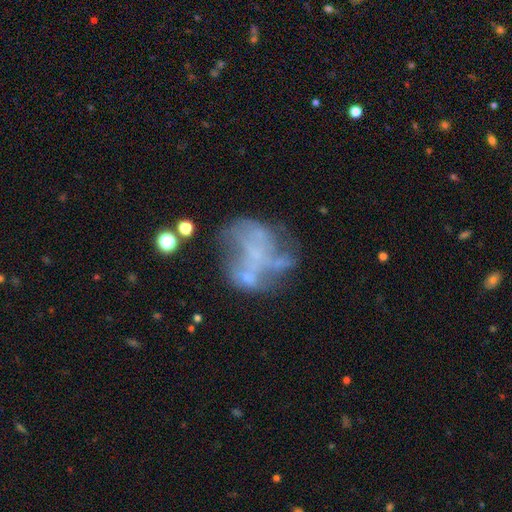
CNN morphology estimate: The model was most divided on "merging": none: 38%, major disturbance: 31%, minor disturbance: 18%, merger: 13%. More confident: edge-on disk — no (98%); bar — no (84%); spiral arms — no (78%); bulge size — none (75%); smooth or featured — featured or disk (63%).